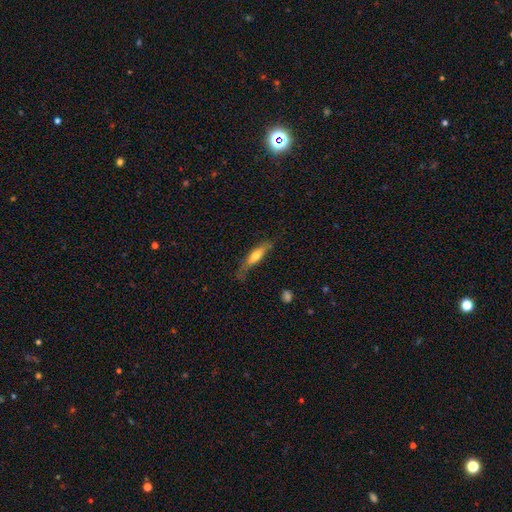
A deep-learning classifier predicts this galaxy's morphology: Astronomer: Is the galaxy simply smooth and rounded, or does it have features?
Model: smooth — 57% (runner-up: featured or disk, 37%).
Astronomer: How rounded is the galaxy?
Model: cigar-shaped — 66%.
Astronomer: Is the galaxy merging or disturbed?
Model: none — 59%.